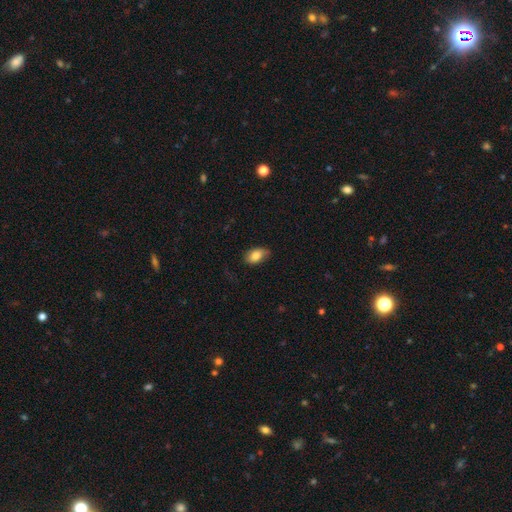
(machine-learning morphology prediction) Smooth or featured?
  - smooth: 82% *
  - featured or disk: 11%
  - star or artifact: 7%
How rounded?
  - in between: 90% *
  - round: 8%
  - cigar-shaped: 2%
Merging?
  - none: 72% *
  - minor disturbance: 22%
  - major disturbance: 5%
  - merger: 1%